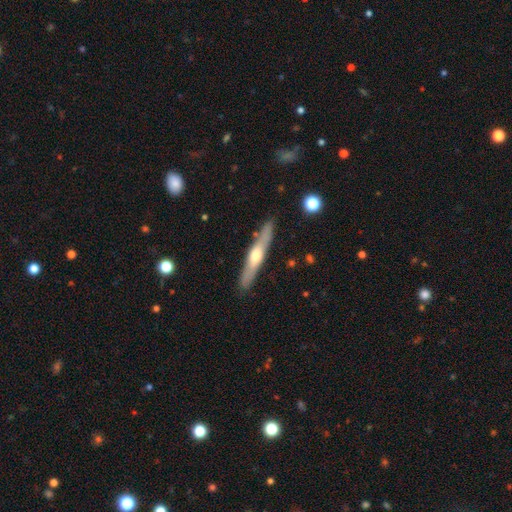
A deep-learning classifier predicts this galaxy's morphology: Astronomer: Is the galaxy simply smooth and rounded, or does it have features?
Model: featured or disk — 57% (runner-up: smooth, 38%).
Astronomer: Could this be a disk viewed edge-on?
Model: yes — 92%.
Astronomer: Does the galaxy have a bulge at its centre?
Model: rounded — 85%.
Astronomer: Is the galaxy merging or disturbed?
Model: none — 87%.